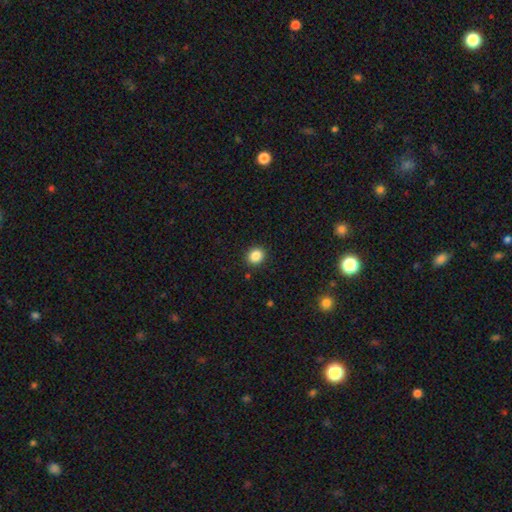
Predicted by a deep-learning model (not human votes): smooth 86%, star or artifact 10%, featured or disk 4%. Down the decision tree: how rounded — round (75%); merging — none (91%).